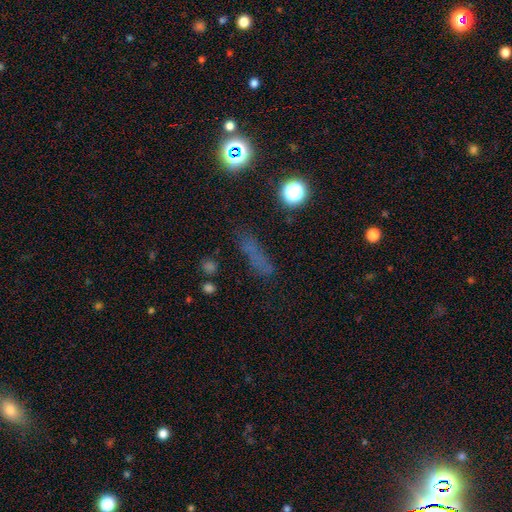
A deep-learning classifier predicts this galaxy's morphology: Smooth or featured? smooth (52%)
How rounded? cigar-shaped (65%)
Merging? none (71%)